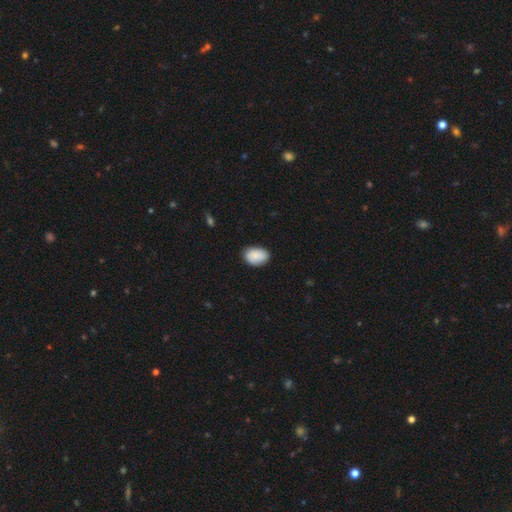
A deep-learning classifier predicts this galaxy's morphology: This appears to be a smooth galaxy with no disk features (87%) that is in between round and cigar-shaped (83%). Merging: none (81%).